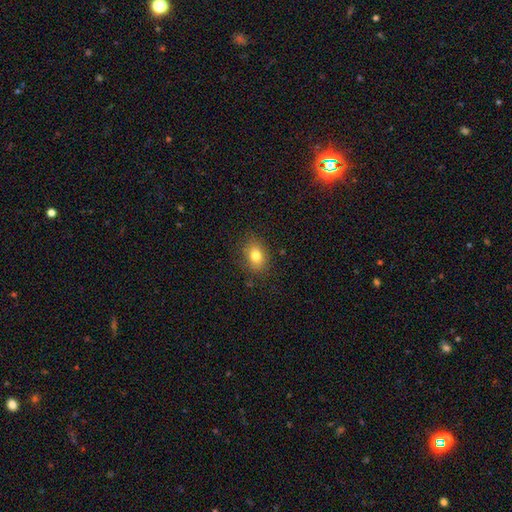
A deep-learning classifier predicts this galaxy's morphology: A smooth galaxy with no disk features (80%) that is in between round and cigar-shaped (68%). Merging: none (84%).